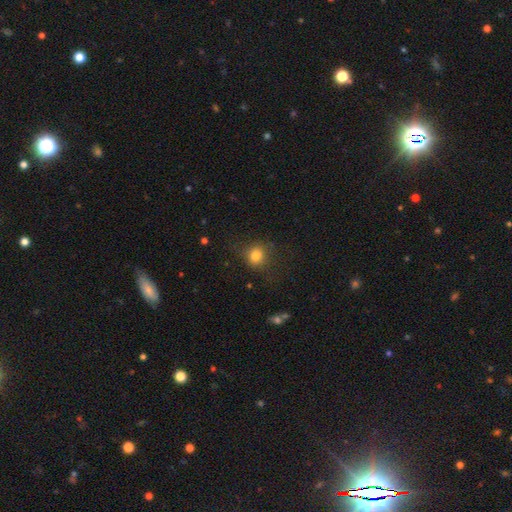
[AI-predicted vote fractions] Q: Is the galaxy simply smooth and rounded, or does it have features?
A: smooth — 81%.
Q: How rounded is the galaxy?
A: round — 85%.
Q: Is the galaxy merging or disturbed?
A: none — 79%.